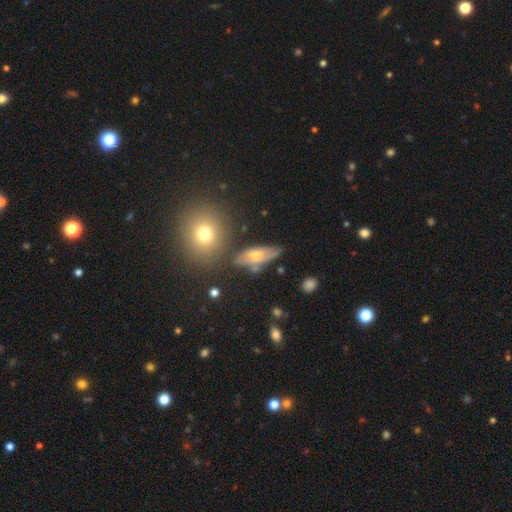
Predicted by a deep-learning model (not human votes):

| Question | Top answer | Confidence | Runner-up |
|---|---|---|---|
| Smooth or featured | smooth | 49% | featured or disk (40%) |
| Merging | none | 62% | minor disturbance (20%) |